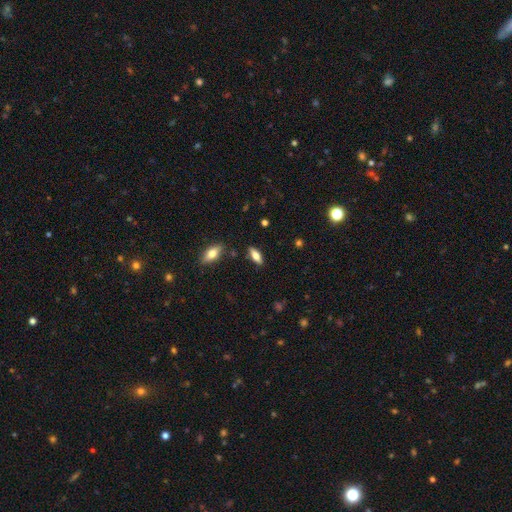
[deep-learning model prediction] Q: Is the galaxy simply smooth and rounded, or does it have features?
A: smooth — 66%.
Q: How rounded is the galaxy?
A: in between — 69%.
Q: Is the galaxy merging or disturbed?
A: none — 85%.